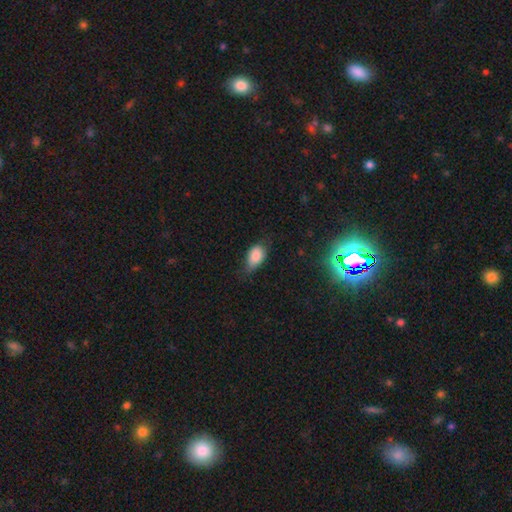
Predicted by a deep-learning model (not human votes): Smooth or featured? Predicted: smooth (p=0.82). How rounded? Predicted: in between (p=0.86). Merging? Predicted: none (p=0.51).